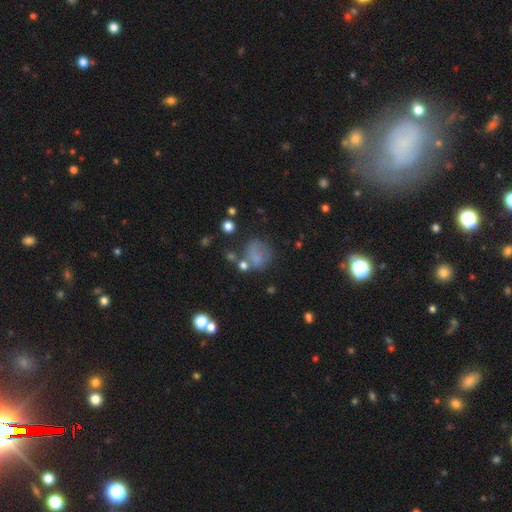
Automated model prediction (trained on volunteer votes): A smooth galaxy with no disk features (64%) that is round (71%).

Vote fractions:
- Smooth or featured? smooth: 64% / featured or disk: 18% / star or artifact: 18%
- How rounded? round: 71% / in between: 28% / cigar-shaped: 1%
- Merging? none: 47% / minor disturbance: 23% / major disturbance: 20% / merger: 9%